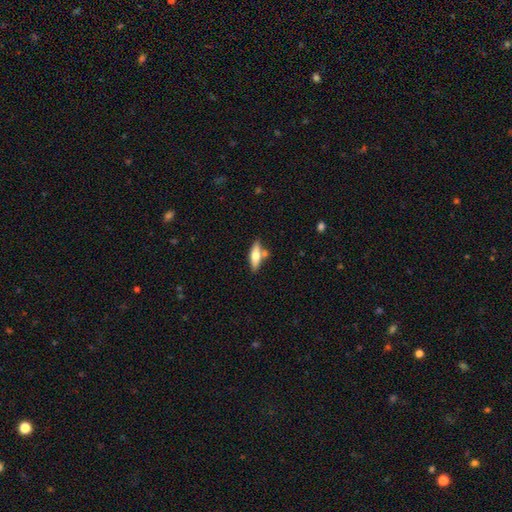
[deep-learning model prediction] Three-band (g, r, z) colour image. It shows a smooth galaxy with no disk features (53%) that is in between round and cigar-shaped (53%). Merging: none (66%).